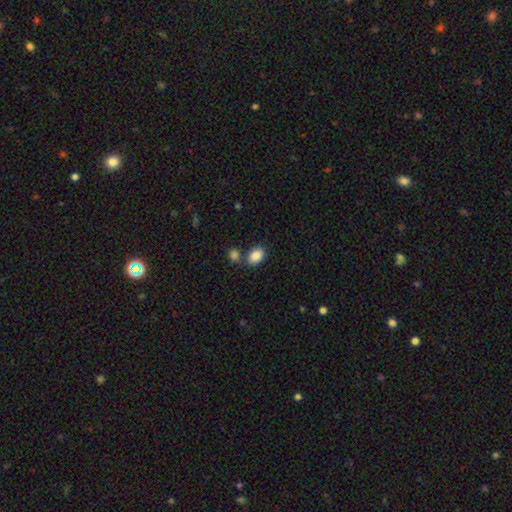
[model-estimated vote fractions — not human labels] This is clearly a smooth galaxy (87%). How rounded: clearly in between (82%). Merging: likely none (70%).